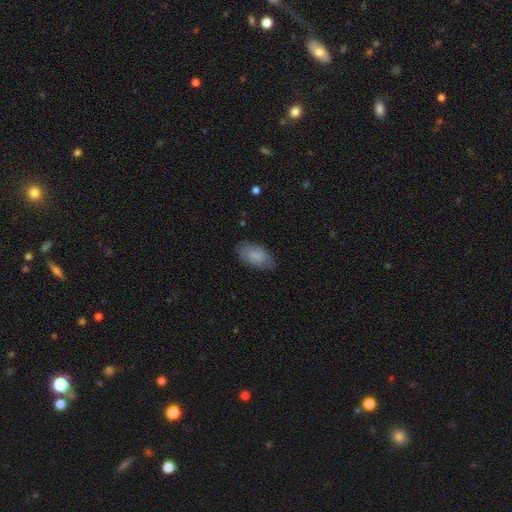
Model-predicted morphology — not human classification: Q: Smooth or featured?
A: smooth (80%); runner-up: featured or disk (13%)
Q: How rounded?
A: in between (94%); runner-up: round (3%)
Q: Merging?
A: none (78%); runner-up: minor disturbance (17%)